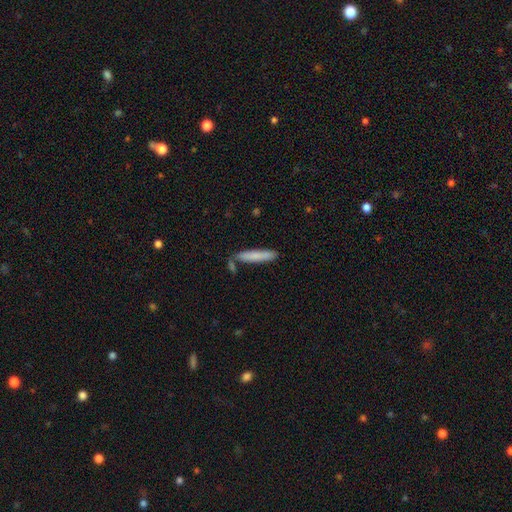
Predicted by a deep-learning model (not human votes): A smooth galaxy with no disk features (78%) that is cigar-shaped (88%). Merging: none (77%).